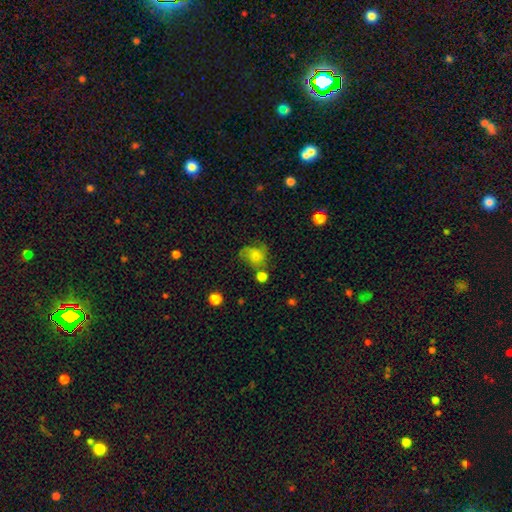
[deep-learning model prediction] Smooth or featured? smooth (52%)
How rounded? round (63%)
Merging? none (46%)